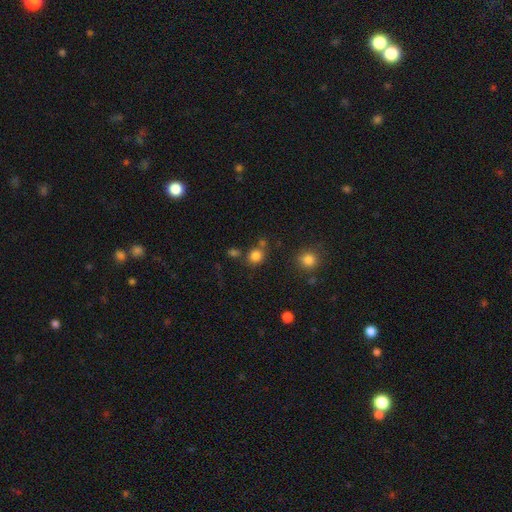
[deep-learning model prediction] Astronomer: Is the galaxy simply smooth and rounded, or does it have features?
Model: smooth — 81%.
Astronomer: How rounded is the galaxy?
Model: round — 81%.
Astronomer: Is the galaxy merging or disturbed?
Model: none — 70%.